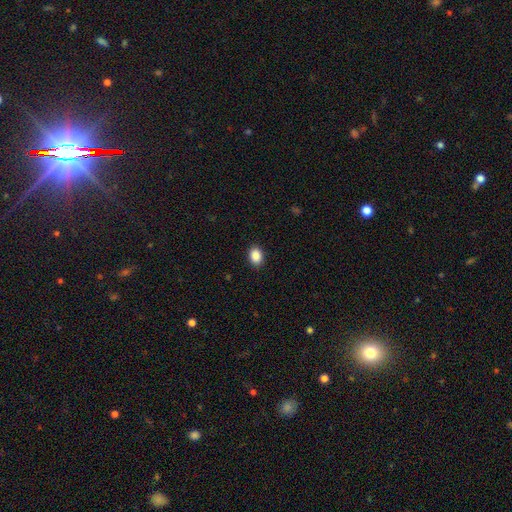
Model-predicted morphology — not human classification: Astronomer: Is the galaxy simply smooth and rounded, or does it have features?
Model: smooth — 89%.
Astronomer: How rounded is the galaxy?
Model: in between — 66%.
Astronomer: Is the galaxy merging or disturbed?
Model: none — 90%.